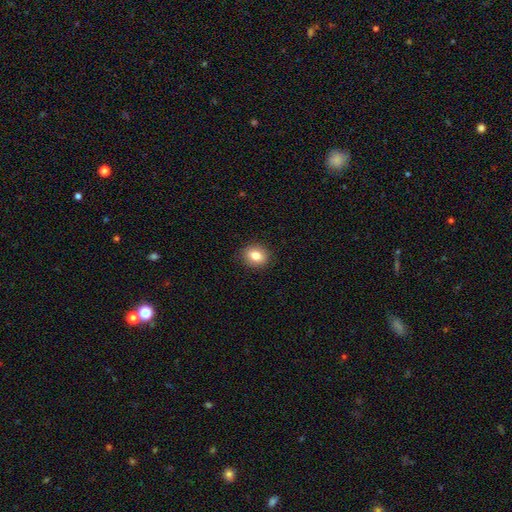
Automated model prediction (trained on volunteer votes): This is clearly a smooth galaxy (83%). How rounded: possibly round (53%). Merging: clearly none (90%).